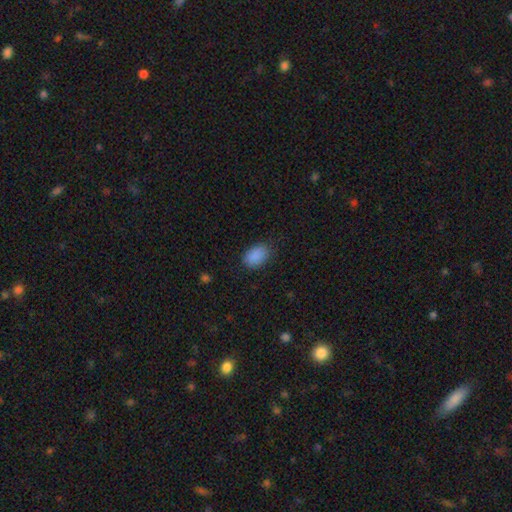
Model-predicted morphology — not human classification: Smooth or featured? Predicted: smooth (p=0.89). How rounded? Predicted: in between (p=0.88). Merging? Predicted: none (p=0.82).